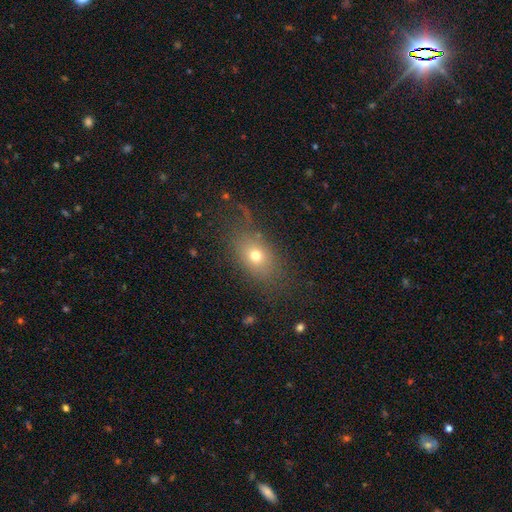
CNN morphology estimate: A smooth galaxy with no disk features (69%) that is in between round and cigar-shaped (67%). Merging: none (71%).